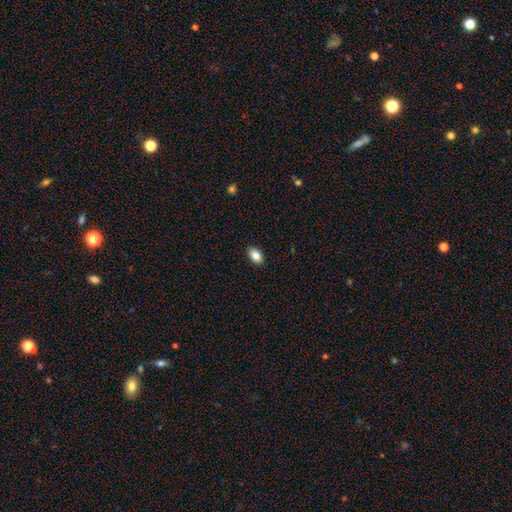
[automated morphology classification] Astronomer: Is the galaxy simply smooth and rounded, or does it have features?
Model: smooth — 84%.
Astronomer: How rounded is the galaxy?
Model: in between — 89%.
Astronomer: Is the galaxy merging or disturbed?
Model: none — 90%.